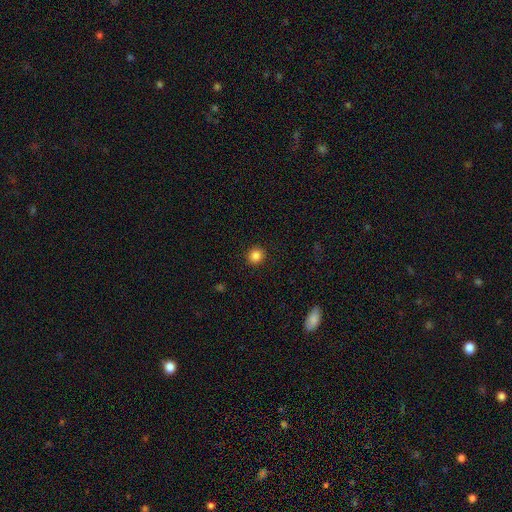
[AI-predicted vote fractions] The model was most divided on "smooth or featured": smooth: 85%, star or artifact: 11%, featured or disk: 4%. More confident: merging — none (92%); how rounded — round (89%).